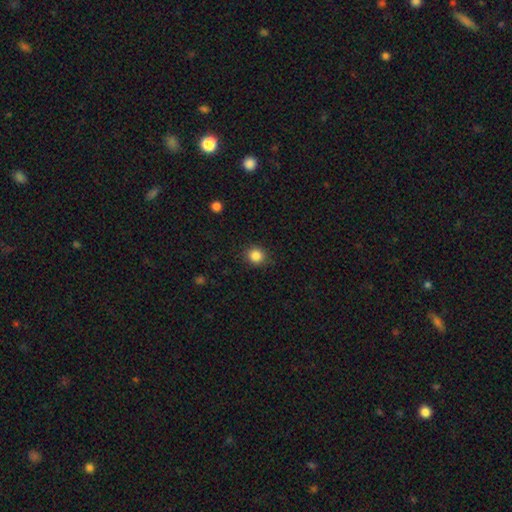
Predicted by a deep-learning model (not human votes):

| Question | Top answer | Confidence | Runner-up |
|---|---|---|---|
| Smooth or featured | smooth | 85% | star or artifact (11%) |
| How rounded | round | 88% | in between (11%) |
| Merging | none | 88% | minor disturbance (9%) |